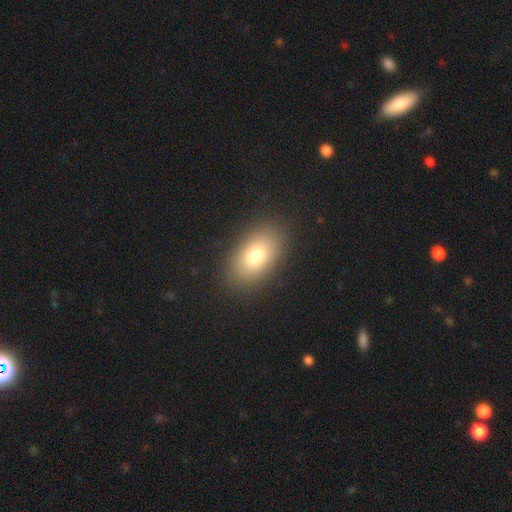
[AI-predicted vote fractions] smooth_or_featured: smooth (p=0.77) [alt: featured or disk p=0.13]
how_rounded: in between (p=0.88) [alt: round p=0.10]
merging: none (p=0.88) [alt: minor disturbance p=0.08]